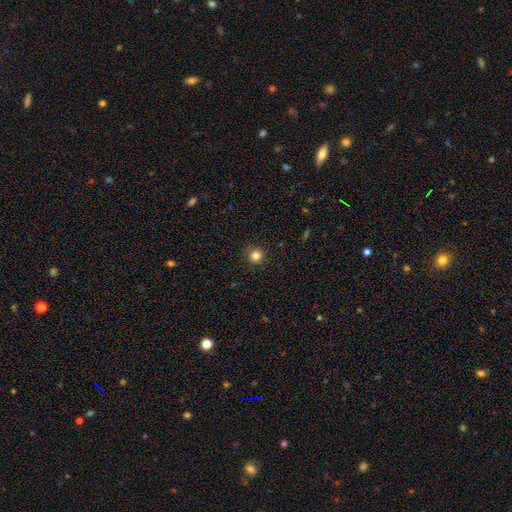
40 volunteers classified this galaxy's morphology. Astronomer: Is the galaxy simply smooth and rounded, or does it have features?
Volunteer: smooth — 92%.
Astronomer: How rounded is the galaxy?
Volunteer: round — 100%.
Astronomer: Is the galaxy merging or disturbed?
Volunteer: none — 92%.